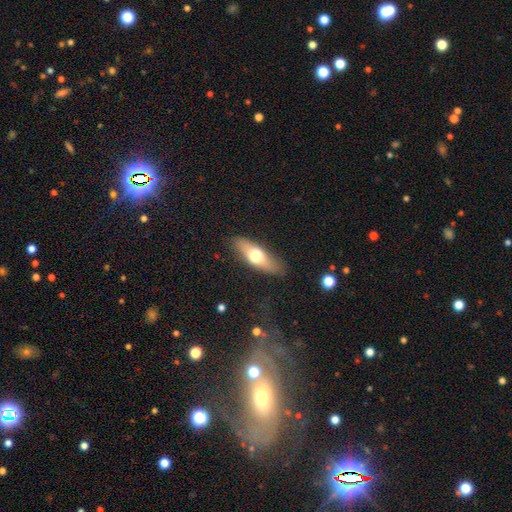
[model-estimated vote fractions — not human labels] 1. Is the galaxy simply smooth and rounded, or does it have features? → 57% smooth, 37% featured or disk, 6% star or artifact.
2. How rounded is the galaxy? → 54% in between, 42% cigar-shaped, 3% round.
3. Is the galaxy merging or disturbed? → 84% none, 11% minor disturbance, 3% major disturbance, 1% merger.